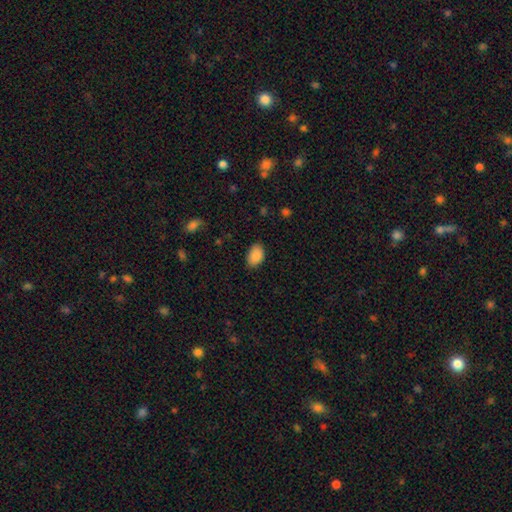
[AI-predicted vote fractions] Morphology: type=smooth (88%); roundness=in between (88%); merging=none (83%).